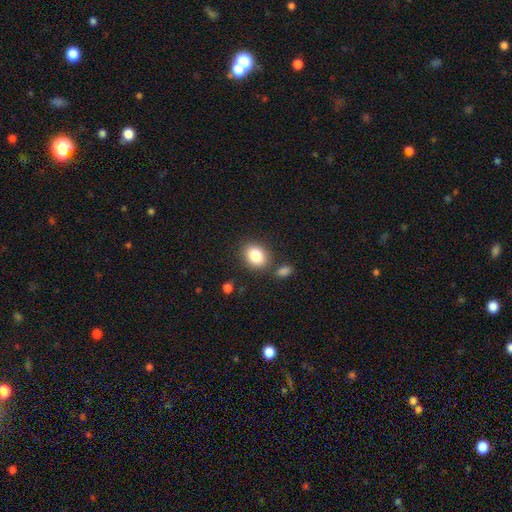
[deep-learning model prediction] Q: Smooth or featured?
A: smooth (84%); runner-up: star or artifact (9%)
Q: How rounded?
A: in between (61%); runner-up: round (38%)
Q: Merging?
A: none (77%); runner-up: minor disturbance (11%)